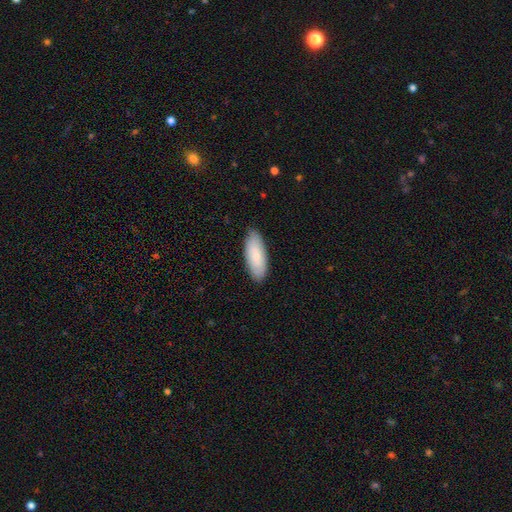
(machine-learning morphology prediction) Smooth or featured?
  - smooth: 82% *
  - featured or disk: 13%
  - star or artifact: 5%
How rounded?
  - in between: 74% *
  - cigar-shaped: 24%
  - round: 2%
Merging?
  - none: 87% *
  - minor disturbance: 10%
  - major disturbance: 2%
  - merger: 1%